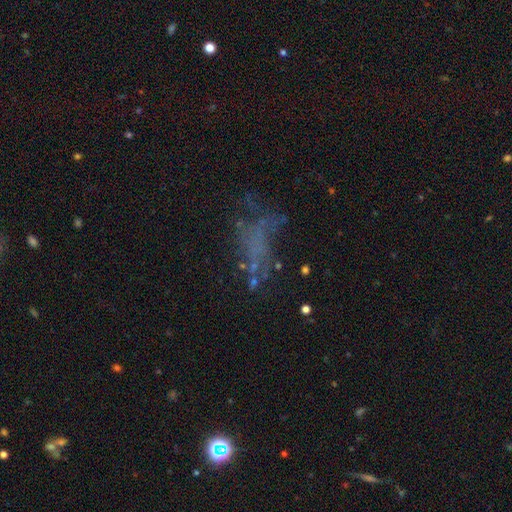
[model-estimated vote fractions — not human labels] This appears to be a featured or disk galaxy (41%). Merging: none (43%).